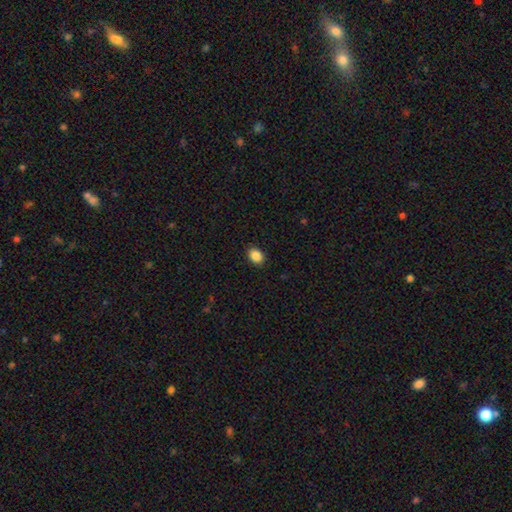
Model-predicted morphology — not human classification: type=smooth (88%); roundness=in between (68%); merging=none (90%).